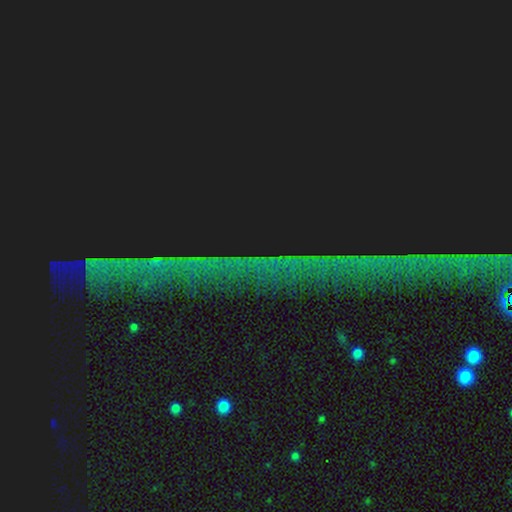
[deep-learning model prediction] Smooth or featured? star or artifact (88%)